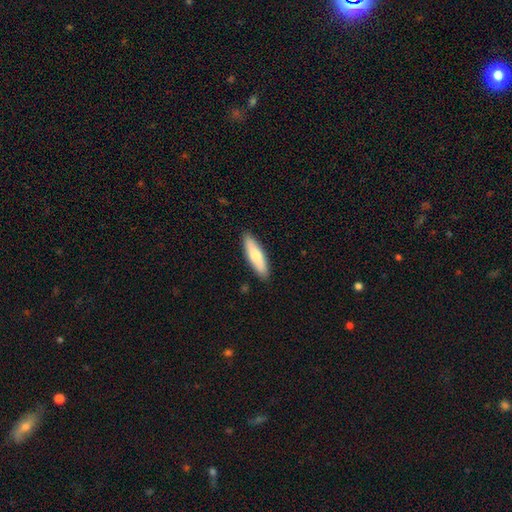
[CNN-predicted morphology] smooth-or-featured: smooth: 72% | featured or disk: 23% | star or artifact: 5%
  how-rounded: cigar-shaped: 67% | in between: 31% | round: 2%
  merging: none: 90% | minor disturbance: 8% | major disturbance: 2% | merger: 1%